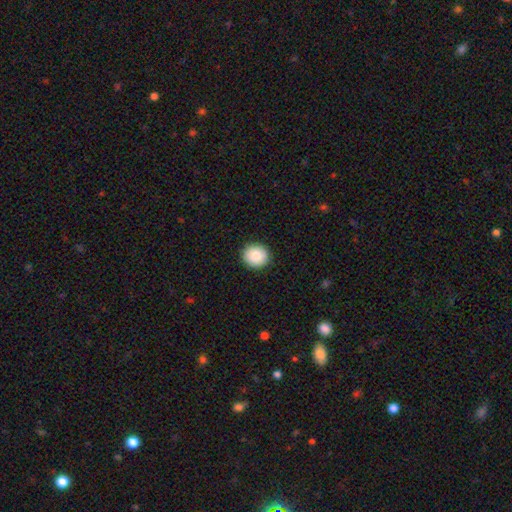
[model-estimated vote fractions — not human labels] smooth-or-featured: smooth: 86% | star or artifact: 8% | featured or disk: 6%
  how-rounded: round: 89% | in between: 10% | cigar-shaped: 1%
  merging: none: 92% | minor disturbance: 6% | major disturbance: 2% | merger: 1%